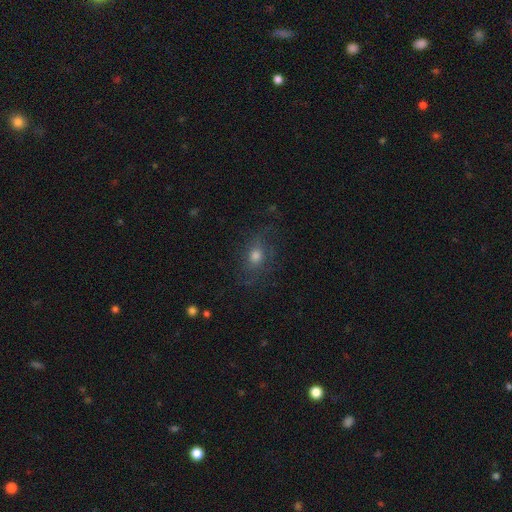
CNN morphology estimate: A smooth galaxy with no disk features (42%).

Vote fractions:
- Smooth or featured? smooth: 42% / featured or disk: 40% / star or artifact: 17%
- Merging? none: 66% / minor disturbance: 18% / major disturbance: 14% / merger: 1%